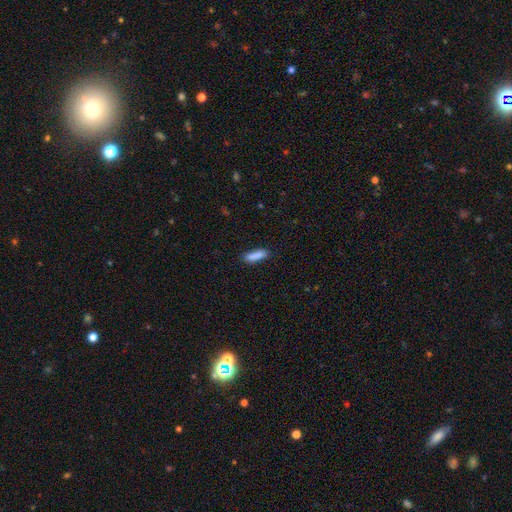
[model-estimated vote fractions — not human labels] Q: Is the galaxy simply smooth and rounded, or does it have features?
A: smooth — 86%.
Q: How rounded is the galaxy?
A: cigar-shaped — 56%.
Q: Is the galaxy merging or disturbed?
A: none — 80%.